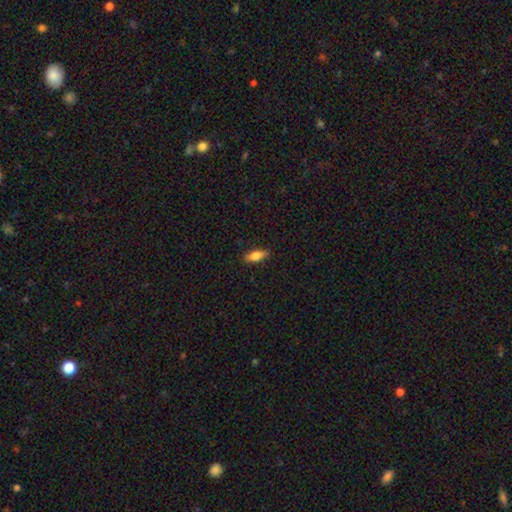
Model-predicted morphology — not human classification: This is likely a smooth galaxy (78%). How rounded: likely in between (73%). Merging: clearly none (87%).